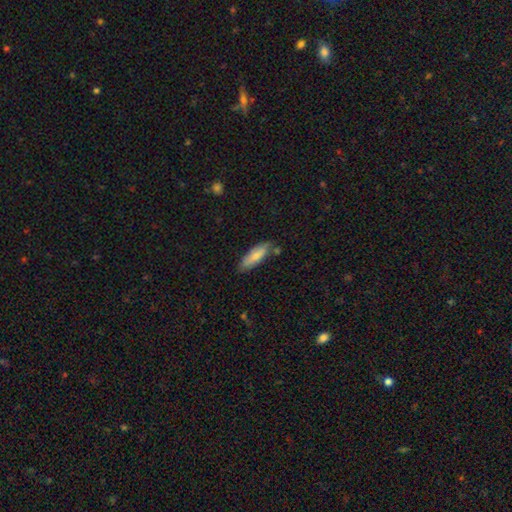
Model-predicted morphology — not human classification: This appears to be a smooth galaxy with no disk features (79%) that is in between round and cigar-shaped (52%). Merging: none (73%).